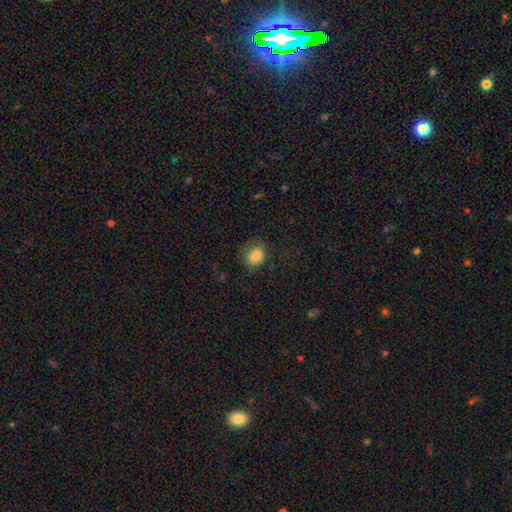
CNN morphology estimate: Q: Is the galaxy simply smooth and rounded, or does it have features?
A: smooth — 84%.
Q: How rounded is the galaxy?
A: round — 56%.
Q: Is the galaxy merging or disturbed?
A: none — 69%.